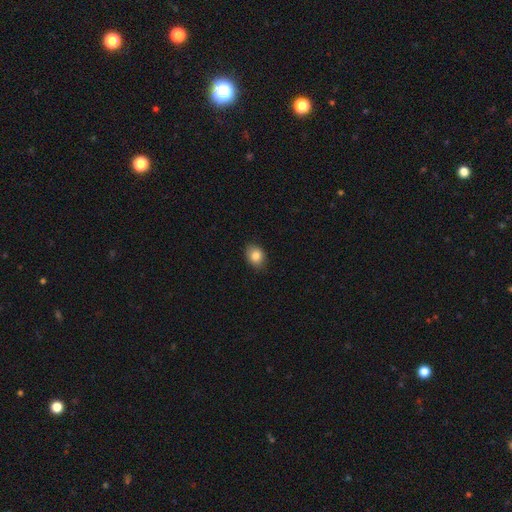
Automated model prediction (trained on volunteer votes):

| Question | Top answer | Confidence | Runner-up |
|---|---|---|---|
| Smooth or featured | smooth | 84% | star or artifact (9%) |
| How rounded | in between | 63% | round (36%) |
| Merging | none | 83% | minor disturbance (14%) |